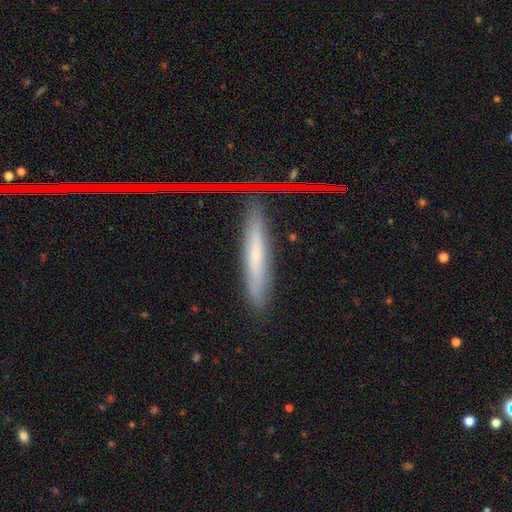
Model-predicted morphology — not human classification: smooth-or-featured: smooth: 43% (tied) | featured or disk: 43% (tied) | star or artifact: 14%
  merging: none: 83% | minor disturbance: 12% | merger: 3% | major disturbance: 2%